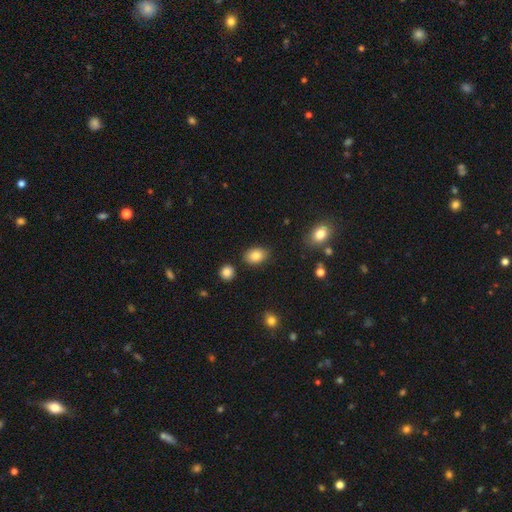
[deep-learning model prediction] A smooth galaxy with no disk features (85%) that is in between round and cigar-shaped (77%). Merging: none (83%).